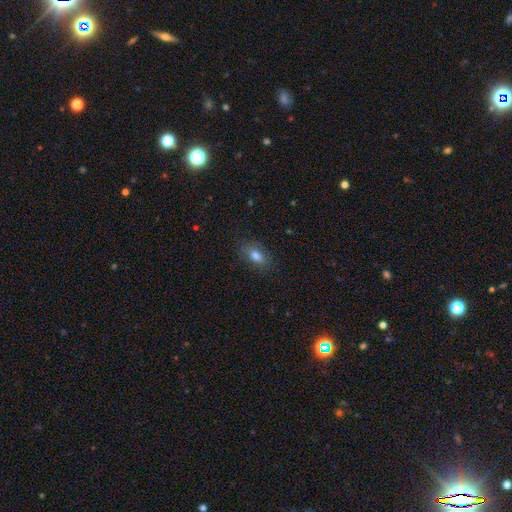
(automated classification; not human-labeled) The model was most divided on "smooth or featured": smooth: 77%, featured or disk: 13%, star or artifact: 10%. More confident: how rounded — in between (86%); merging — none (83%).